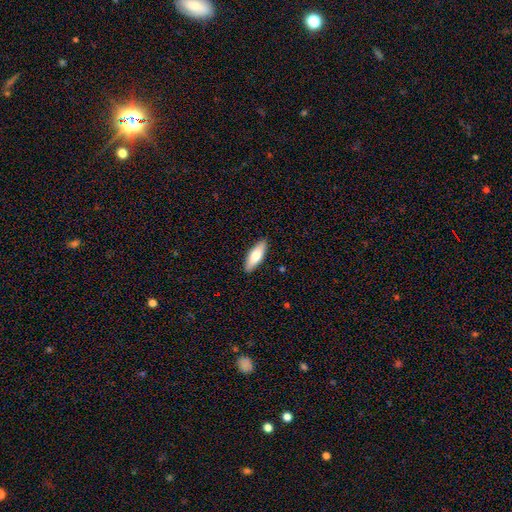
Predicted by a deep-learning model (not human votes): A smooth galaxy with no disk features (73%) that is in between round and cigar-shaped (64%). Merging: none (90%).